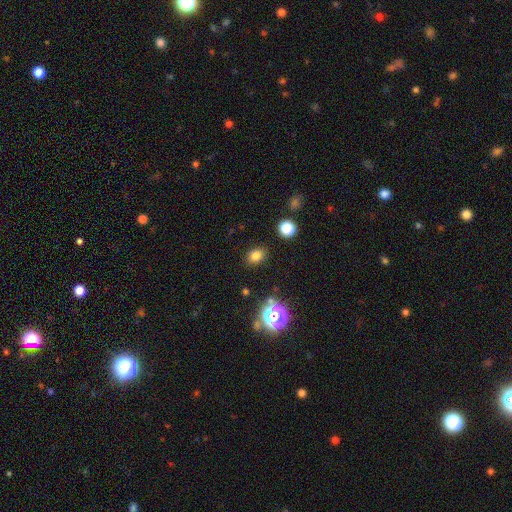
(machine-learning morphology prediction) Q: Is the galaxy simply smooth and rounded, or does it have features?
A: smooth — 79%.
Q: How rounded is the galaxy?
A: in between — 56%.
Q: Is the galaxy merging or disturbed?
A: none — 85%.